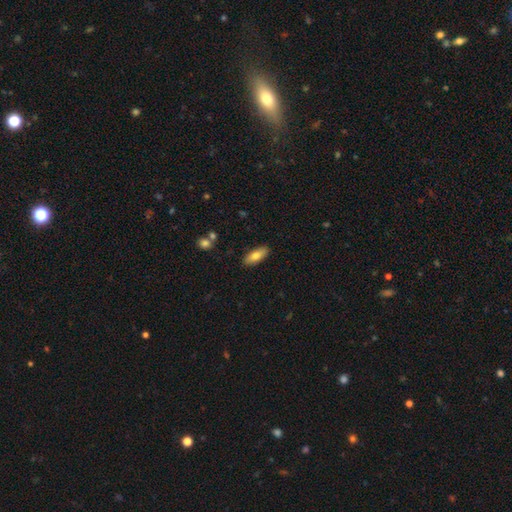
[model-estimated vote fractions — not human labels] A smooth galaxy with no disk features (76%) that is in between round and cigar-shaped (72%). Merging: none (87%).